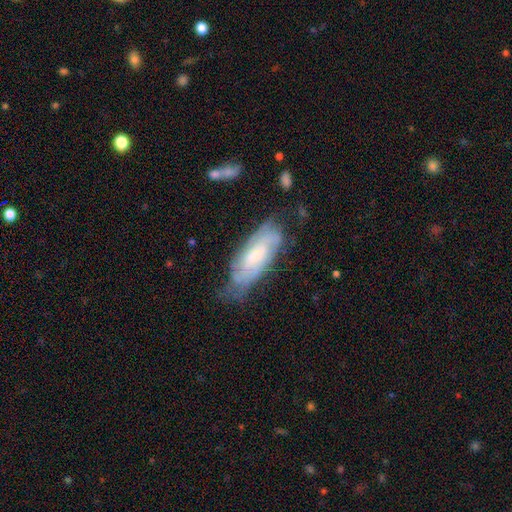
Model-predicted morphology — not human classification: A featured or disk galaxy (67%) with no bar (60%), tight (57%) spiral arms (87%) and a small central bulge (52%).

Vote fractions:
- Smooth or featured? featured or disk: 67% / smooth: 26% / star or artifact: 7%
- Edge-on disk? no: 87% / yes: 13%
- Bar? no: 60% / weak: 33% / strong: 7%
- Spiral arms? yes: 87% / no: 13%
- Spiral winding? tight: 57% / medium: 33% / loose: 10%
- Spiral arm count? can't tell: 49% / 2: 28% / 3: 11% / 4: 5% / 1: 3% / more than 4: 3%
- Bulge size? small: 52% / moderate: 34% / none: 8% / large: 4% / dominant: 1%
- Merging? none: 60% / minor disturbance: 28% / major disturbance: 10% / merger: 2%